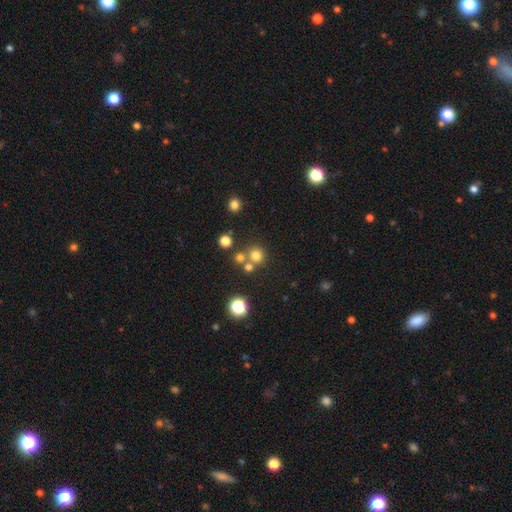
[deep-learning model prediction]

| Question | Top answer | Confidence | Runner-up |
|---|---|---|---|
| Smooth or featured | smooth | 74% | star or artifact (18%) |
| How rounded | round | 90% | in between (9%) |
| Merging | none | 65% | merger (24%) |